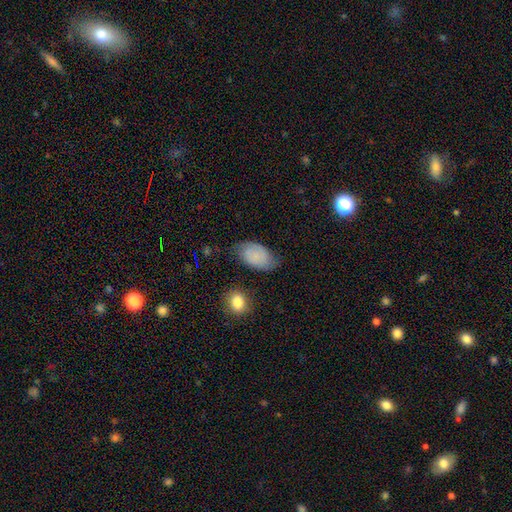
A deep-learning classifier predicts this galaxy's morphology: This appears to be a smooth galaxy with no disk features (72%) that is in between round and cigar-shaped (92%). Merging: none (65%).